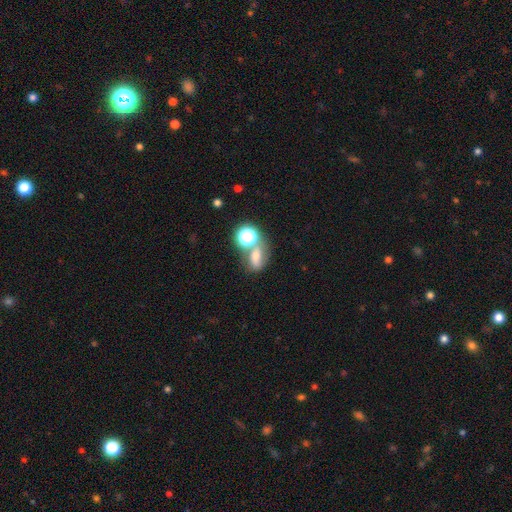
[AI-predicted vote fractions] smooth_or_featured: smooth (p=0.53) [alt: featured or disk p=0.25]
how_rounded: in between (p=0.61) [alt: round p=0.36]
merging: none (p=0.43) [alt: merger p=0.35]